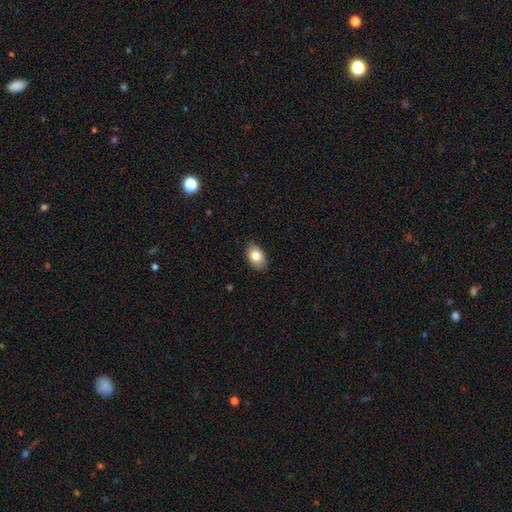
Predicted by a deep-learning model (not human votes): The model was most divided on "smooth or featured": smooth: 81%, featured or disk: 11%, star or artifact: 8%. More confident: how rounded — in between (88%); merging — none (87%).